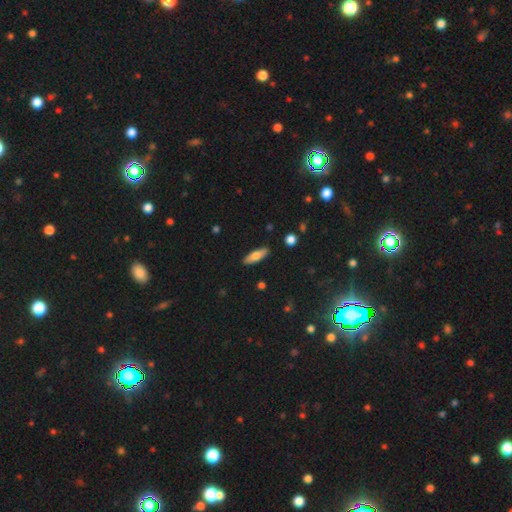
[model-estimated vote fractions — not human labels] This appears to be a smooth galaxy with no disk features (67%) that is cigar-shaped (50%). Merging: none (89%).